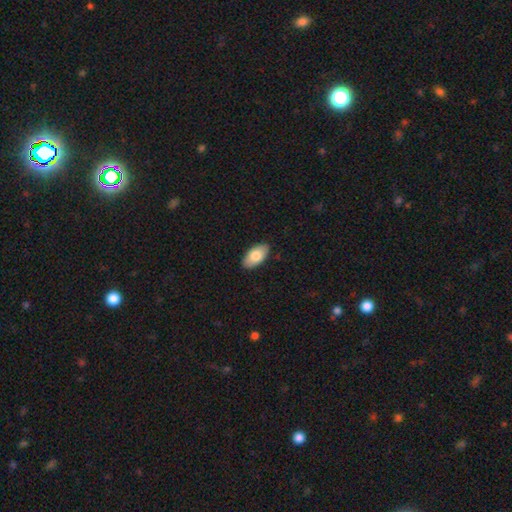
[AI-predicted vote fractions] smooth-or-featured: smooth: 81% | featured or disk: 14% | star or artifact: 6%
  how-rounded: in between: 95% | round: 3% | cigar-shaped: 2%
  merging: none: 88% | minor disturbance: 9% | major disturbance: 2% | merger: 1%